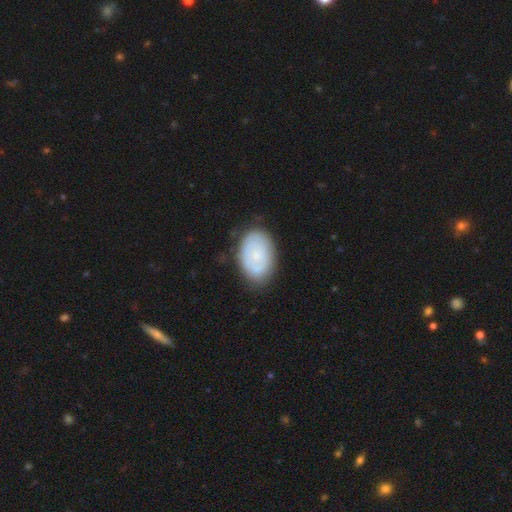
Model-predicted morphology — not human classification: Smooth or featured? smooth (50%)
Merging? none (75%)